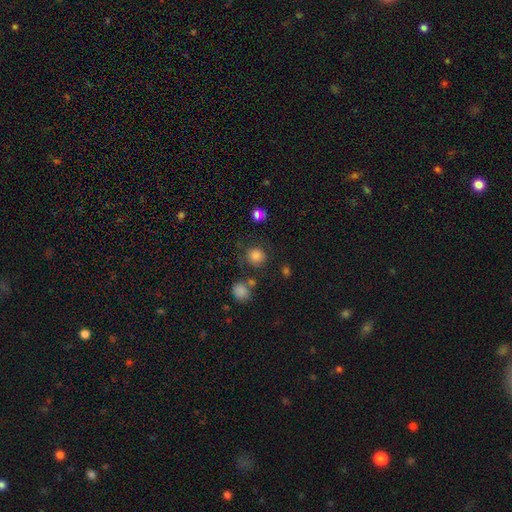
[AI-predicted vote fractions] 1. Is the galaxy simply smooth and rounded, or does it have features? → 80% smooth, 14% star or artifact, 6% featured or disk.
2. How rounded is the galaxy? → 89% round, 10% in between, 1% cigar-shaped.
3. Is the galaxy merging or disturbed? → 74% none, 13% minor disturbance, 7% merger, 6% major disturbance.